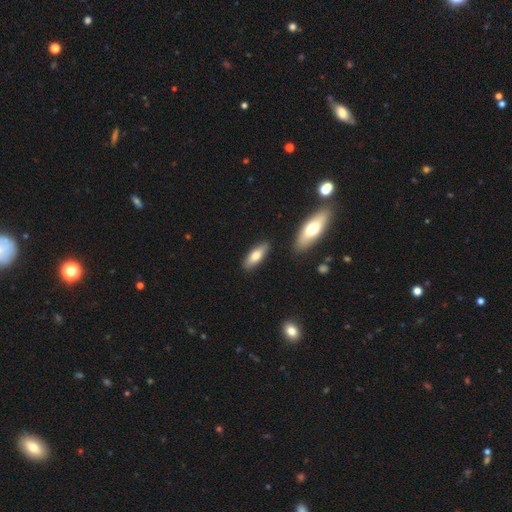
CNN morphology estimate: smooth 72%, featured or disk 22%, star or artifact 6%. Down the decision tree: how rounded — in between (63%); merging — none (84%).